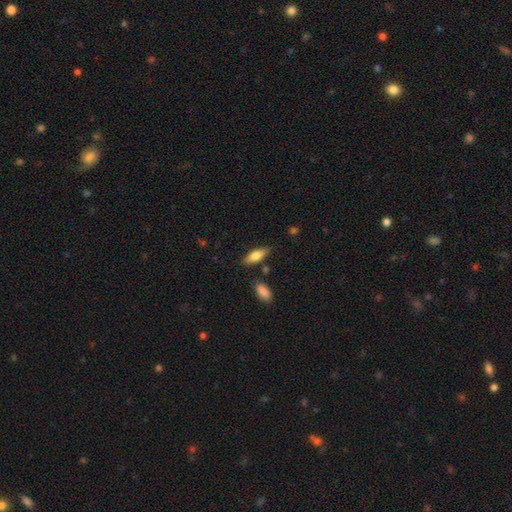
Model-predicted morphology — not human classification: Overall: smooth (73%). How rounded: in between (68%; cigar-shaped 30%). Merging: none (78%).